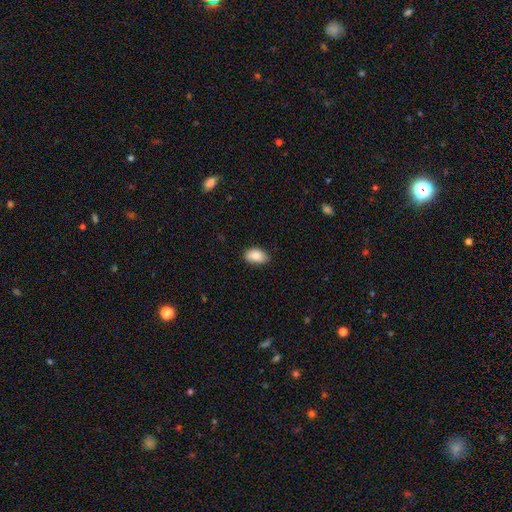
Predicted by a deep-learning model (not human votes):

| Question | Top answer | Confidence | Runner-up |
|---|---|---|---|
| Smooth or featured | smooth | 85% | featured or disk (8%) |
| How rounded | in between | 91% | round (8%) |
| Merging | none | 79% | minor disturbance (17%) |